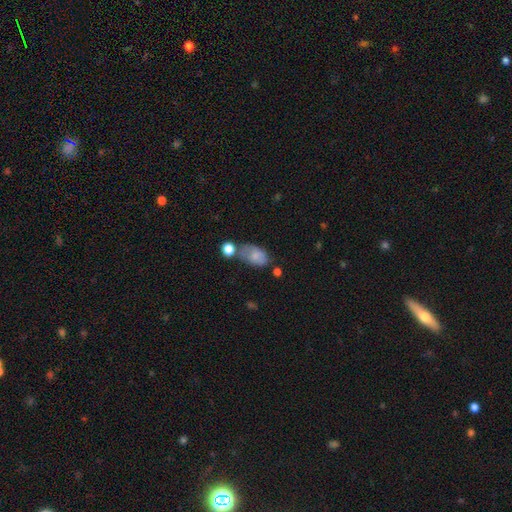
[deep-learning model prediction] A smooth galaxy with no disk features (73%) that is in between round and cigar-shaped (90%). Merging: none (41%).